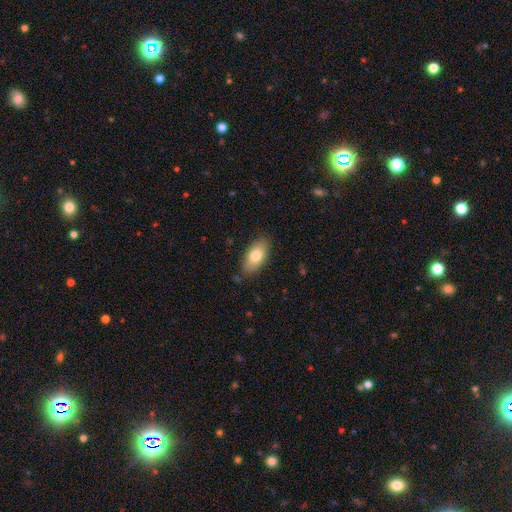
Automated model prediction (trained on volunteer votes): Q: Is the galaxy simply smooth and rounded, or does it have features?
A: smooth — 78%.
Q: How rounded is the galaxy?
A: in between — 91%.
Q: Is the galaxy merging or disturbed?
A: none — 83%.